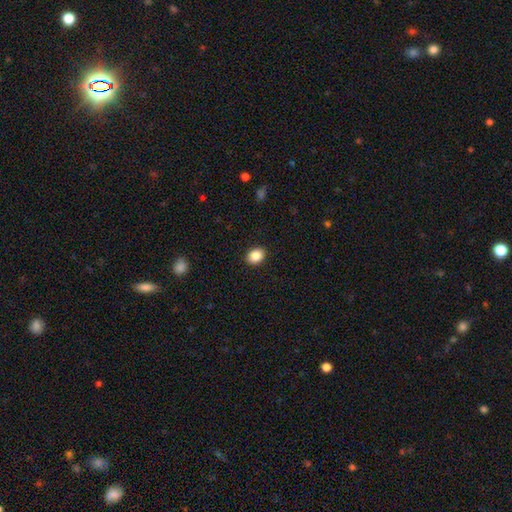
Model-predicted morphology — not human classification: Overall: smooth (87%). How rounded: in between (60%; round 39%). Merging: none (90%).